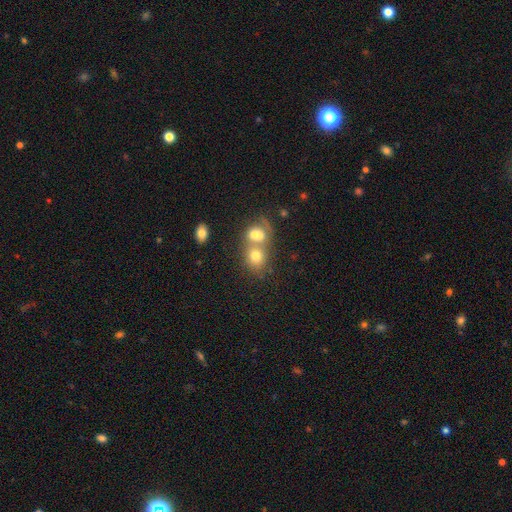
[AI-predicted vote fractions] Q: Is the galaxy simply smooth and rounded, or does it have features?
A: smooth — 71%.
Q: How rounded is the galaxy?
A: round — 66%.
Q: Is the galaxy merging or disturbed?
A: merger — 59%.